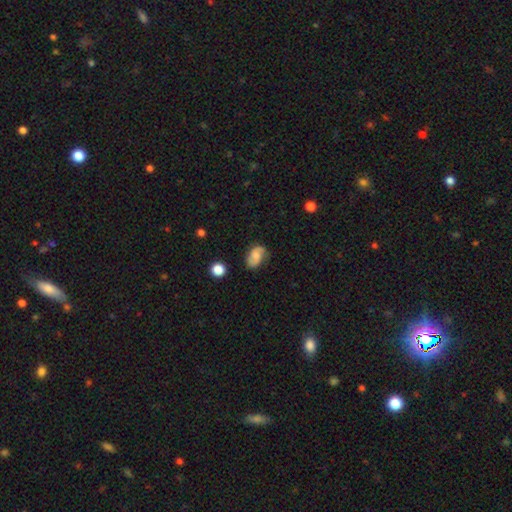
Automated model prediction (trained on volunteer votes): A featured or disk galaxy (46%). Merging: none (66%).